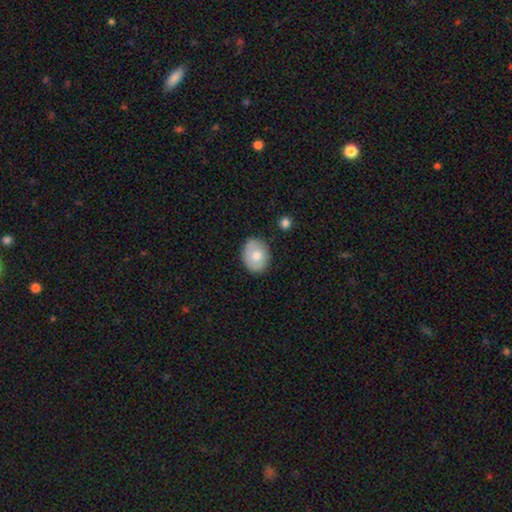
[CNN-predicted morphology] smooth 72%, featured or disk 21%, star or artifact 7%. Down the decision tree: how rounded — in between (56%); merging — none (80%).